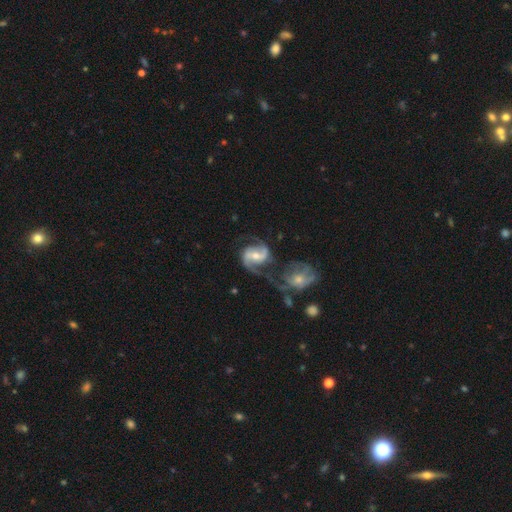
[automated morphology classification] Overall: featured or disk (90%). Edge-on disk: no (98%). Bar: weak (41%; strong 38%). Spiral arms: yes (97%). Spiral arm count: 2 (91%). Spiral winding: medium (53%; loose 30%). Bulge size: moderate (58%; small 37%). Merging: none (46%; merger 25%).